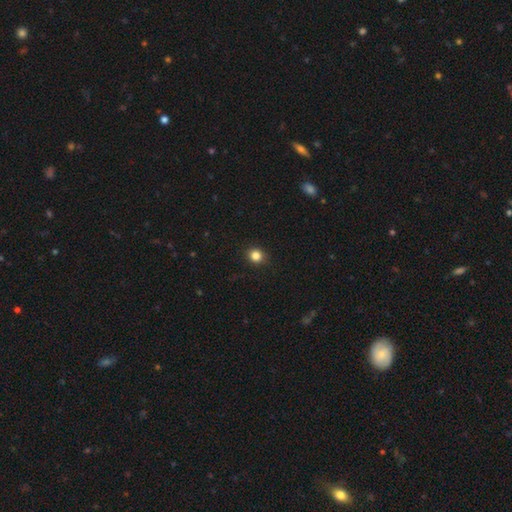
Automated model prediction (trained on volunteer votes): smooth-or-featured: smooth: 84% | star or artifact: 12% | featured or disk: 4%
  how-rounded: round: 84% | in between: 15% | cigar-shaped: 1%
  merging: none: 91% | minor disturbance: 6% | major disturbance: 2% | merger: 1%